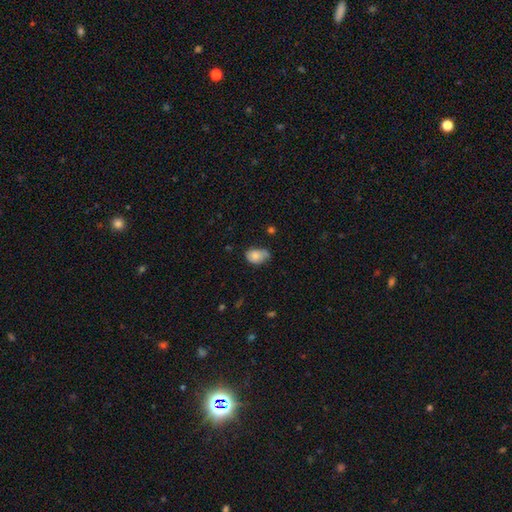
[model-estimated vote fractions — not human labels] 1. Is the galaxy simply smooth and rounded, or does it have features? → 76% smooth, 16% featured or disk, 8% star or artifact.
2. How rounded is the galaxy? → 79% in between, 20% round, 1% cigar-shaped.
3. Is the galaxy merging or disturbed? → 45% minor disturbance, 41% none, 11% major disturbance, 3% merger.